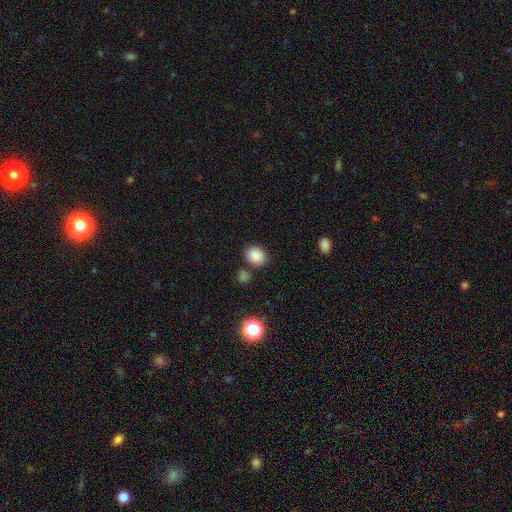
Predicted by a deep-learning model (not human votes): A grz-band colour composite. It shows a smooth galaxy with no disk features (85%) that is round (58%). Merging: none (75%).